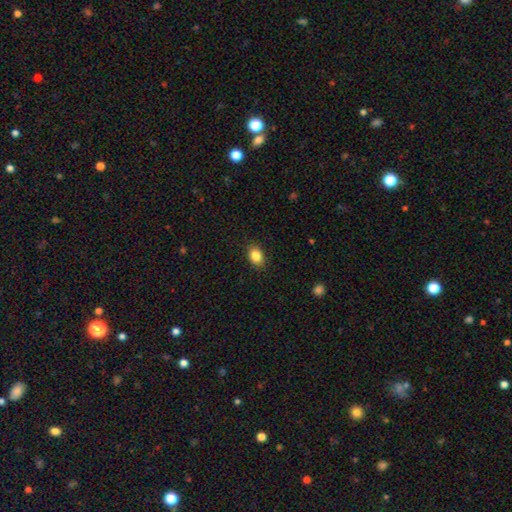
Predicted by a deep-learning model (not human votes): Smooth or featured? smooth (85%)
How rounded? in between (68%)
Merging? none (87%)